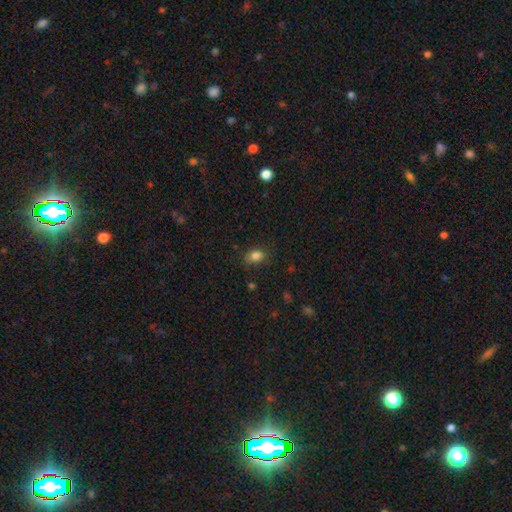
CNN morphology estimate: A smooth galaxy with no disk features (83%) that is in between round and cigar-shaped (71%). Merging: none (77%).